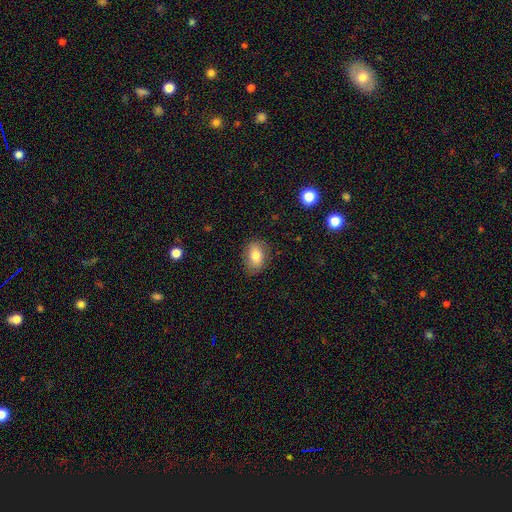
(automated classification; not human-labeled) Smooth or featured: smooth — 77% (featured or disk — 14%)
How rounded: in between — 73% (round — 25%)
Merging: none — 83% (minor disturbance — 13%)